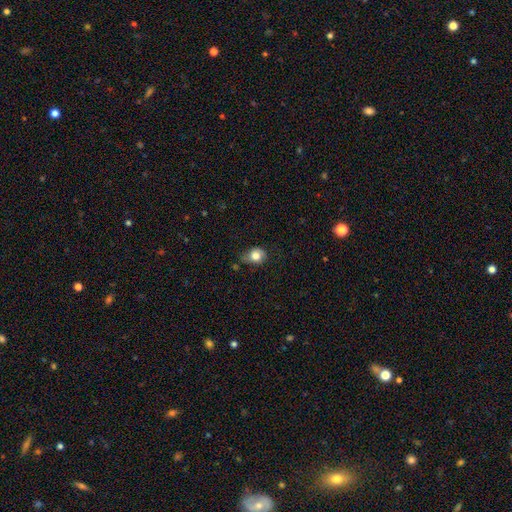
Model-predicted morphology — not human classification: Smooth or featured? Predicted: smooth (p=0.78). How rounded? Predicted: round (p=0.54). Merging? Predicted: none (p=0.50).